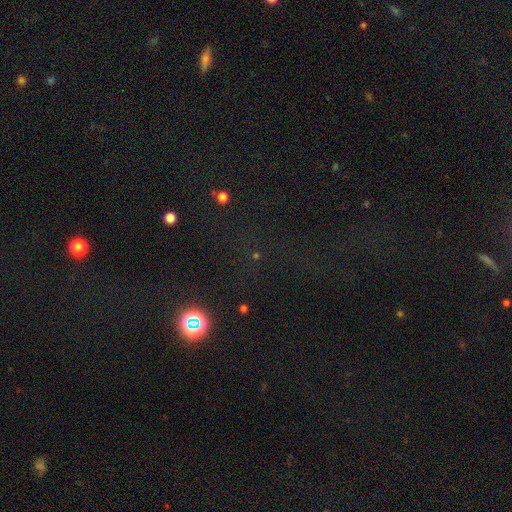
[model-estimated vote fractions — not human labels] star or artifact 72%, smooth 20%, featured or disk 8%.